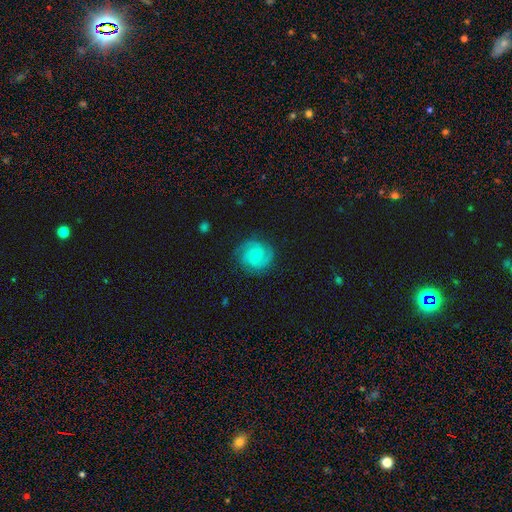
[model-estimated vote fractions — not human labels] Q: Smooth or featured?
A: featured or disk (71%); runner-up: smooth (22%)
Q: Edge-on disk?
A: no (98%); runner-up: yes (2%)
Q: Bar?
A: weak (47%); runner-up: no (45%)
Q: Spiral arms?
A: yes (95%); runner-up: no (5%)
Q: Spiral winding?
A: tight (46%); runner-up: medium (43%)
Q: Spiral arm count?
A: 2 (60%); runner-up: 3 (16%)
Q: Bulge size?
A: small (71%); runner-up: moderate (20%)
Q: Merging?
A: none (81%); runner-up: minor disturbance (14%)